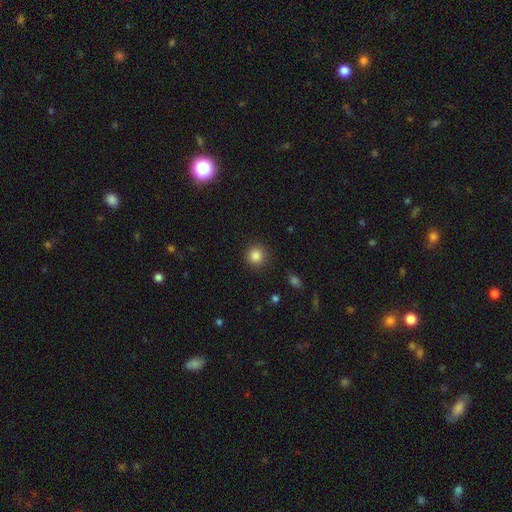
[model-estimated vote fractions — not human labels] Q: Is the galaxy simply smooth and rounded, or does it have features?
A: smooth — 85%.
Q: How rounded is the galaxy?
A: round — 93%.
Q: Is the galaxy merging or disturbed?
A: none — 89%.